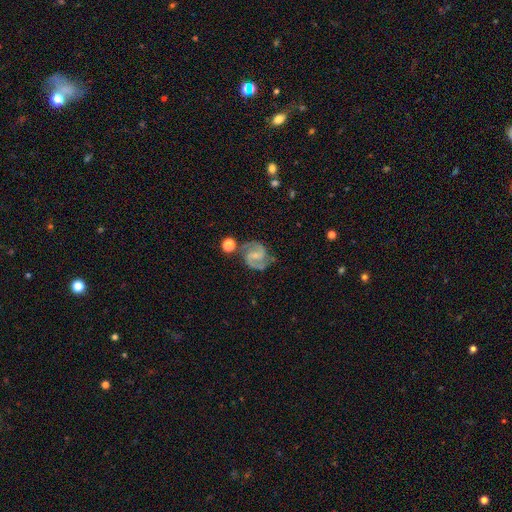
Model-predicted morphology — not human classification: Smooth or featured? Predicted: featured or disk (p=0.89). Edge-on disk? Predicted: no (p=0.98). Bar? Predicted: weak (p=0.49). Spiral arms? Predicted: yes (p=0.98). Spiral winding? Predicted: medium (p=0.62). Spiral arm count? Predicted: 2 (p=0.93). Bulge size? Predicted: small (p=0.59). Merging? Predicted: none (p=0.73).